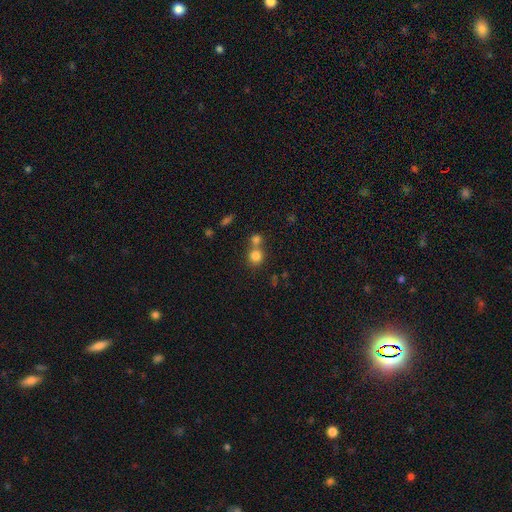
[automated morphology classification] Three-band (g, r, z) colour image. It shows a smooth galaxy with no disk features (80%) that is round (88%). Merging: none (51%).